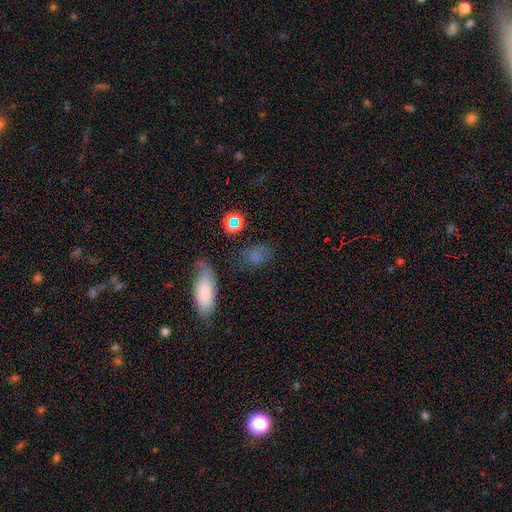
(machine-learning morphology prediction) smooth-or-featured: smooth: 69% | star or artifact: 20% | featured or disk: 11%
  how-rounded: in between: 72% | round: 23% | cigar-shaped: 5%
  merging: none: 63% | minor disturbance: 21% | major disturbance: 11% | merger: 6%